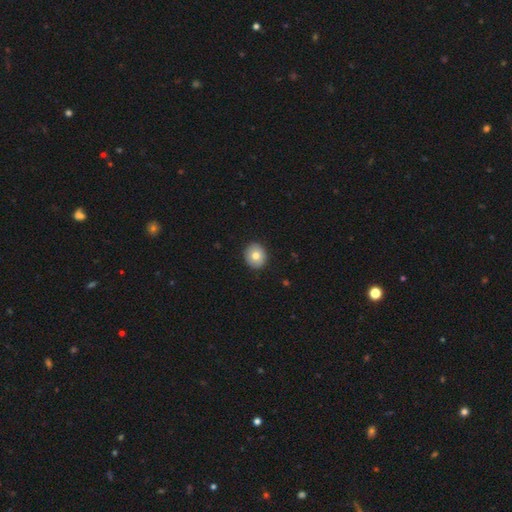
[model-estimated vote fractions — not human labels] Smooth or featured? smooth (77%)
How rounded? round (78%)
Merging? none (91%)